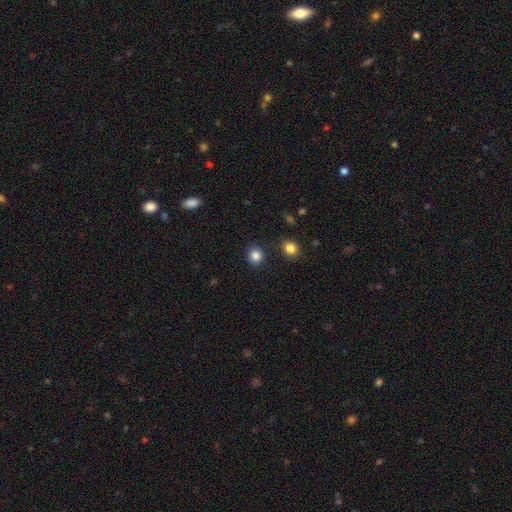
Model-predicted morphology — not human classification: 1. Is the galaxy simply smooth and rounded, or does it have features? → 85% smooth, 11% star or artifact, 4% featured or disk.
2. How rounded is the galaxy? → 81% round, 18% in between, 1% cigar-shaped.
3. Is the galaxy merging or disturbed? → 85% none, 8% minor disturbance, 4% merger, 3% major disturbance.